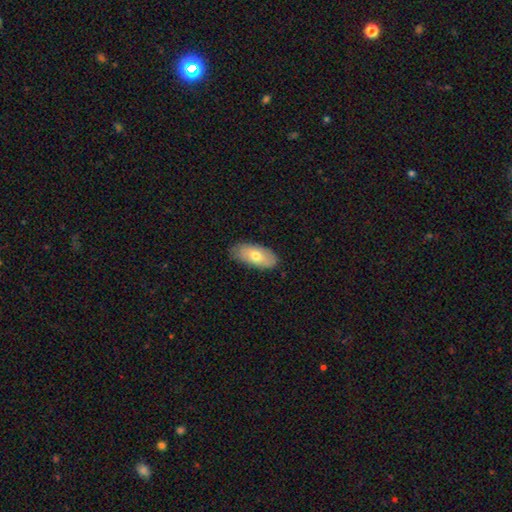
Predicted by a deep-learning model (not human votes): Overall: smooth (67%). How rounded: in between (89%). Merging: none (81%).